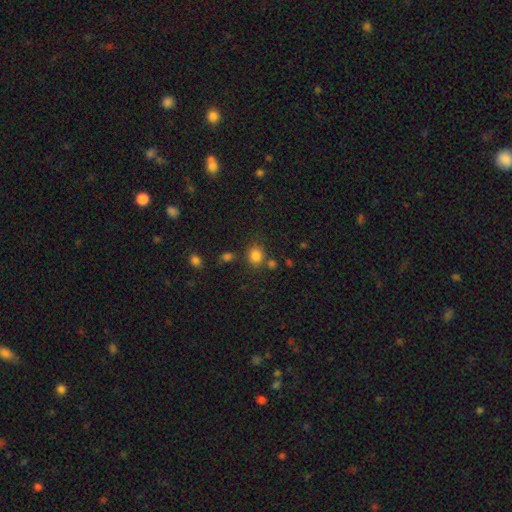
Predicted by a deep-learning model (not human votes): smooth_or_featured: smooth (p=0.82) [alt: star or artifact p=0.12]
how_rounded: round (p=0.69) [alt: in between p=0.30]
merging: none (p=0.73) [alt: minor disturbance p=0.12]